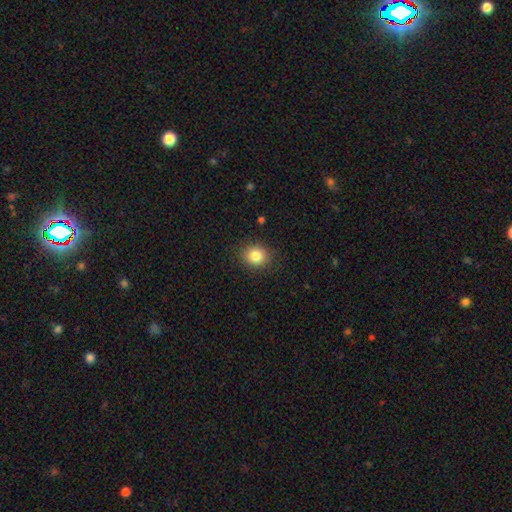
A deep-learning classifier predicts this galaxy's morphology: smooth_or_featured: smooth (p=0.83) [alt: star or artifact p=0.11]
how_rounded: round (p=0.74) [alt: in between p=0.25]
merging: none (p=0.89) [alt: minor disturbance p=0.08]